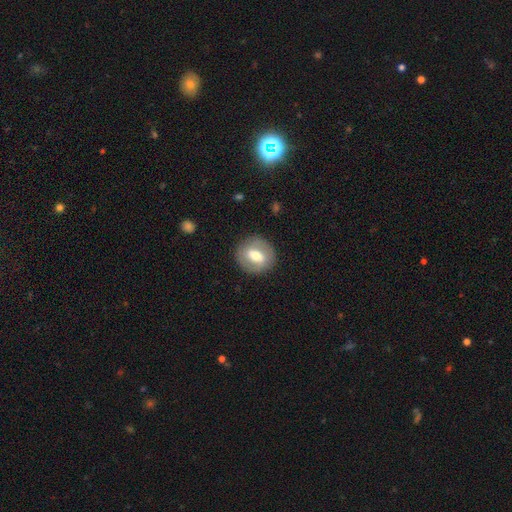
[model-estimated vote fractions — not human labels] Smooth or featured? Predicted: smooth (p=0.50). How rounded? Predicted: round (p=0.69). Merging? Predicted: none (p=0.85).